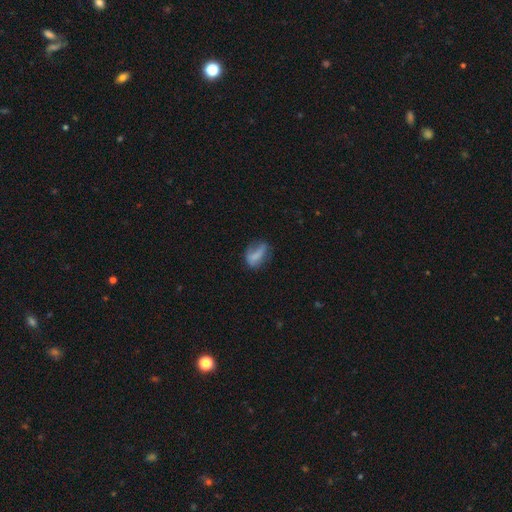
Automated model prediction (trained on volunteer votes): A smooth galaxy with no disk features (64%) that is in between round and cigar-shaped (75%).

Vote fractions:
- Smooth or featured? smooth: 64% / featured or disk: 26% / star or artifact: 10%
- How rounded? in between: 75% / cigar-shaped: 14% / round: 11%
- Merging? none: 42% / minor disturbance: 30% / major disturbance: 24% / merger: 3%